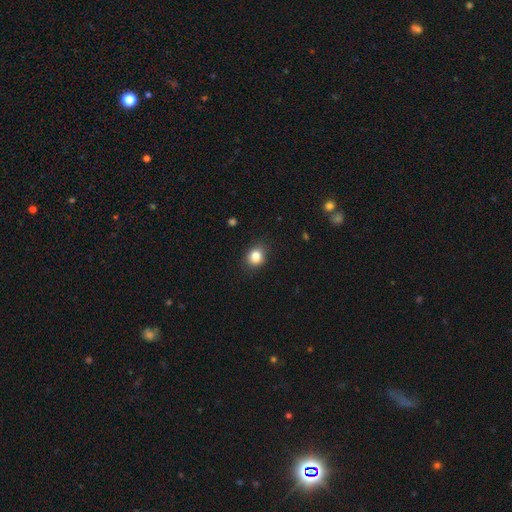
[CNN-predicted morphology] A smooth galaxy with no disk features (84%) that is round (67%).

Vote fractions:
- Smooth or featured? smooth: 84% / star or artifact: 10% / featured or disk: 6%
- How rounded? round: 67% / in between: 32% / cigar-shaped: 1%
- Merging? none: 86% / minor disturbance: 11% / major disturbance: 2% / merger: 1%